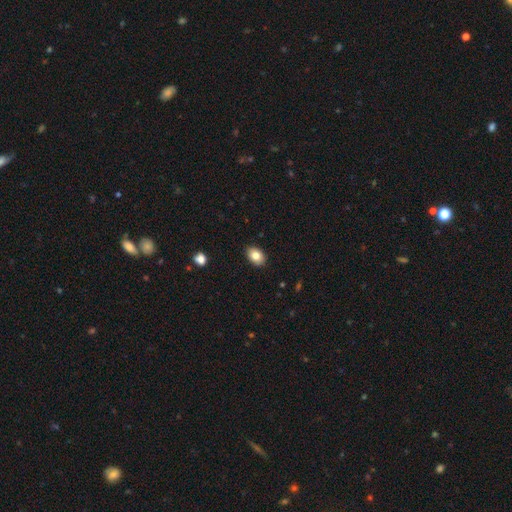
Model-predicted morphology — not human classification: Smooth or featured? smooth (82%)
How rounded? in between (80%)
Merging? none (89%)